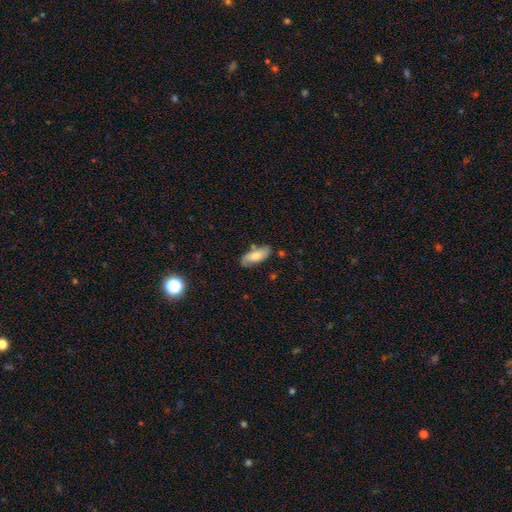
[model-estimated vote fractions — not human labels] Morphology: type=smooth (64%); roundness=in between (77%); merging=none (72%).